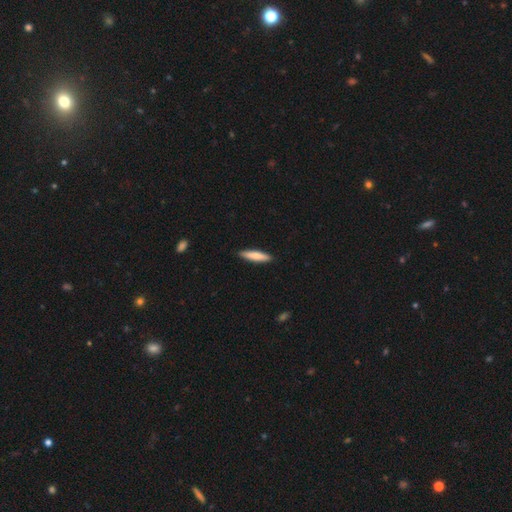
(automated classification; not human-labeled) Overall: smooth (75%). How rounded: cigar-shaped (85%). Merging: none (90%).